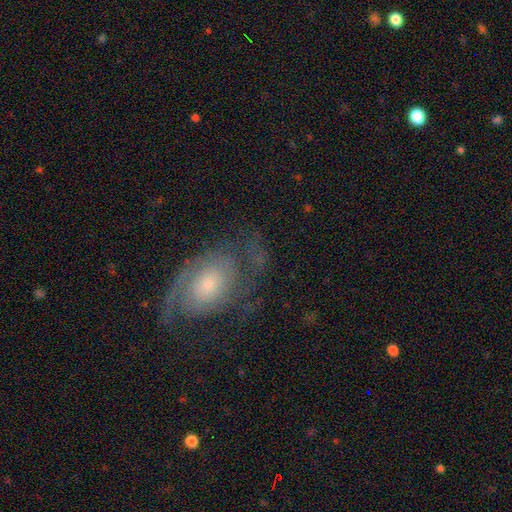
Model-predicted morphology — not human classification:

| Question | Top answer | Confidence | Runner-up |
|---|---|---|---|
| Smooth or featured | featured or disk | 78% | smooth (13%) |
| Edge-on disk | no | 96% | yes (4%) |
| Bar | no | 71% | weak (24%) |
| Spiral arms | yes | 92% | no (8%) |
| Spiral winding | medium | 43% | tight (39%) |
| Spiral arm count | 2 | 70% | can't tell (14%) |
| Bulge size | small | 43% | moderate (41%) |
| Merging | none | 68% | minor disturbance (17%) |